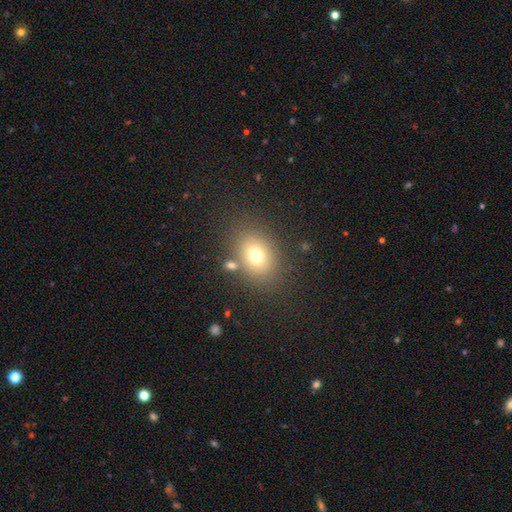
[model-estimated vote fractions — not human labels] smooth 72%, star or artifact 14%, featured or disk 13%. Down the decision tree: how rounded — in between (60%); merging — none (77%).